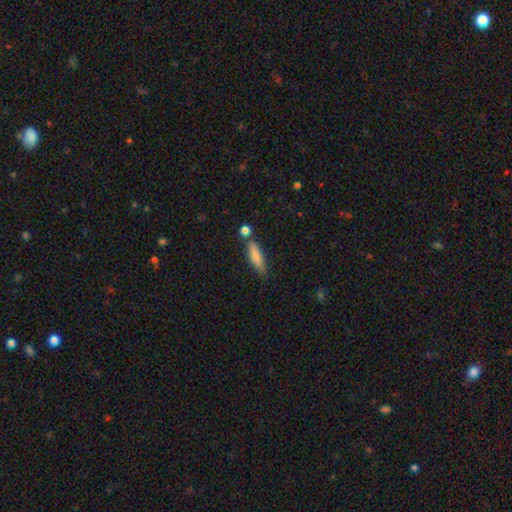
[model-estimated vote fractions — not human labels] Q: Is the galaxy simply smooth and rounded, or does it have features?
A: smooth — 81%.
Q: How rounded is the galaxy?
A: cigar-shaped — 68%.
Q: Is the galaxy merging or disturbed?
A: none — 68%.